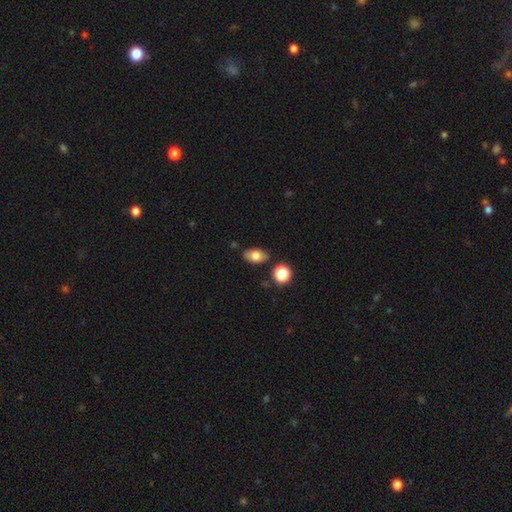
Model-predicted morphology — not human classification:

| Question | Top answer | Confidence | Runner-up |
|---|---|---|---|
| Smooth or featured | smooth | 78% | featured or disk (14%) |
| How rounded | in between | 88% | round (9%) |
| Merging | none | 81% | minor disturbance (12%) |